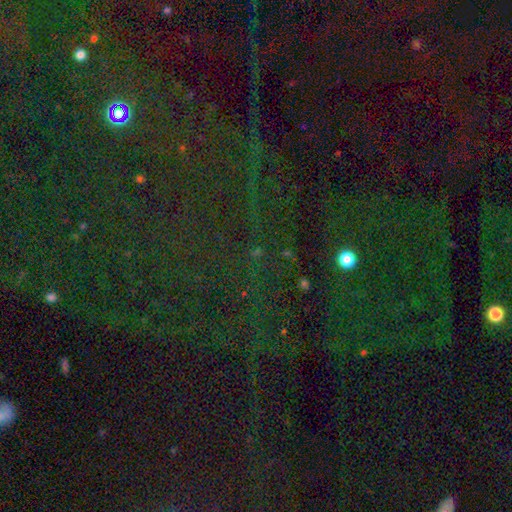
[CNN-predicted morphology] smooth-or-featured: star or artifact: 80% | smooth: 12% | featured or disk: 8%